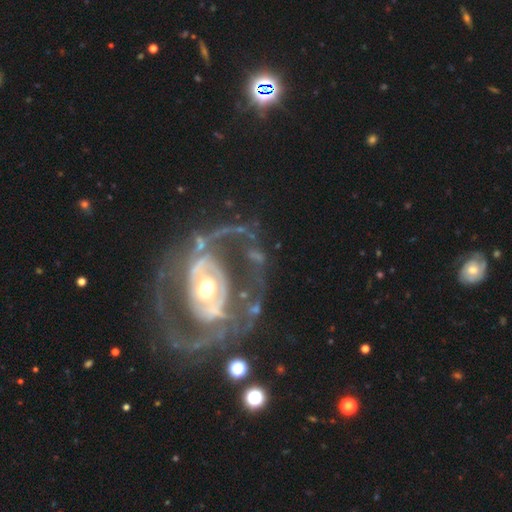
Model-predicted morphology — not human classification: This is clearly a featured or disk galaxy (86%). It is clearly not viewed edge-on (96%). Bar: marginally no (43%). Spiral arm pattern: likely yes (75%). Spiral arm count: likely 2 (69%). Spiral winding: marginally medium (43%). Central bulge: possibly moderate (59%). Merging: likely none (67%).